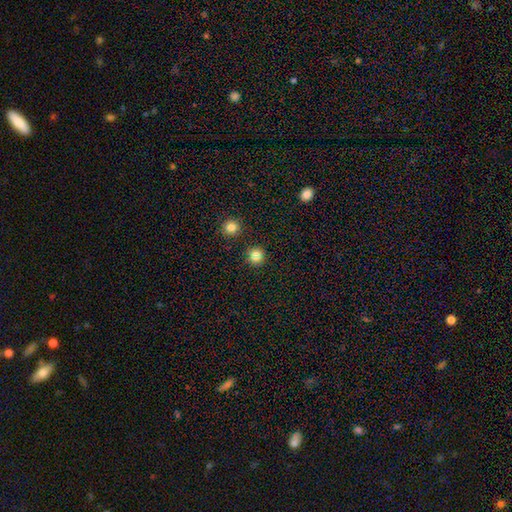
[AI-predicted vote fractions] smooth-or-featured: smooth: 79% | star or artifact: 14% | featured or disk: 7%
  how-rounded: round: 91% | in between: 8% | cigar-shaped: 1%
  merging: none: 75% | merger: 14% | minor disturbance: 8% | major disturbance: 3%